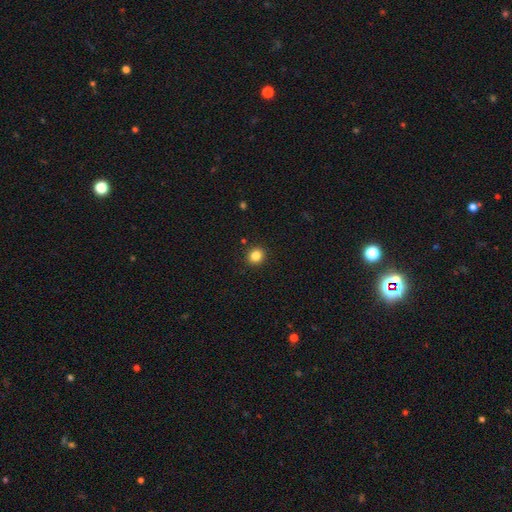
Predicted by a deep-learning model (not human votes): Smooth or featured? Predicted: smooth (p=0.84). How rounded? Predicted: round (p=0.85). Merging? Predicted: none (p=0.91).